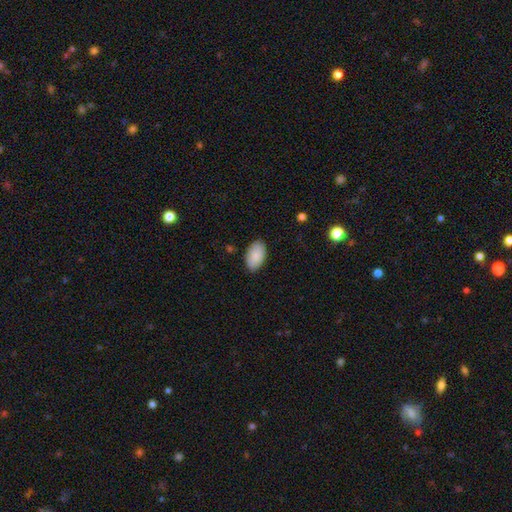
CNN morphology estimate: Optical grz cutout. It shows a smooth galaxy with no disk features (88%) that is in between round and cigar-shaped (95%). Merging: none (86%).